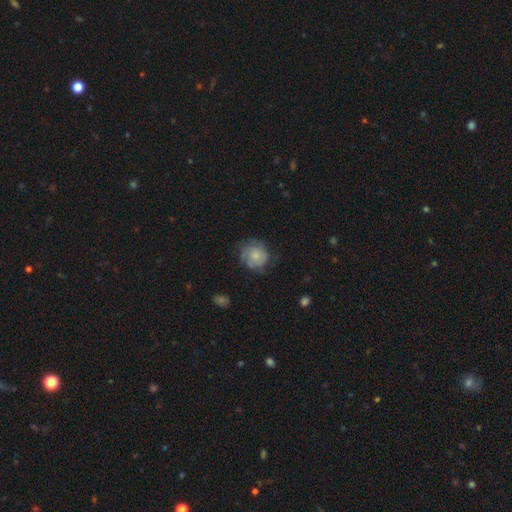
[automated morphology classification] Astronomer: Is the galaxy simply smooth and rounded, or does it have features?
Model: smooth — 56% (runner-up: featured or disk, 36%).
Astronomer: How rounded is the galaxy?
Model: round — 84%.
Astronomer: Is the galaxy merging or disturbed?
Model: none — 62%.